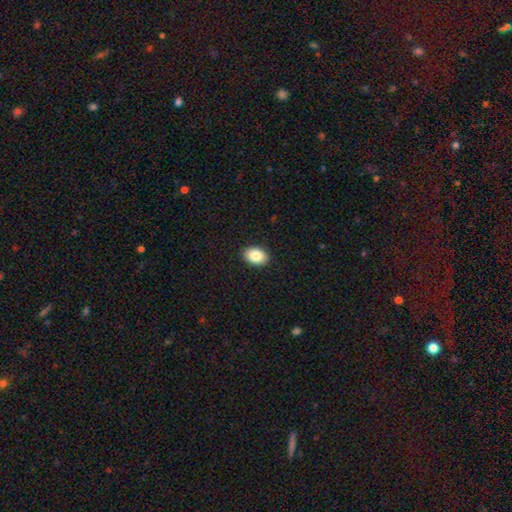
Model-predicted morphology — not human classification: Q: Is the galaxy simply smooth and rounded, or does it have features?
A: smooth — 86%.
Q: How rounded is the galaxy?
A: in between — 79%.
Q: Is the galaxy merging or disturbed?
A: none — 91%.